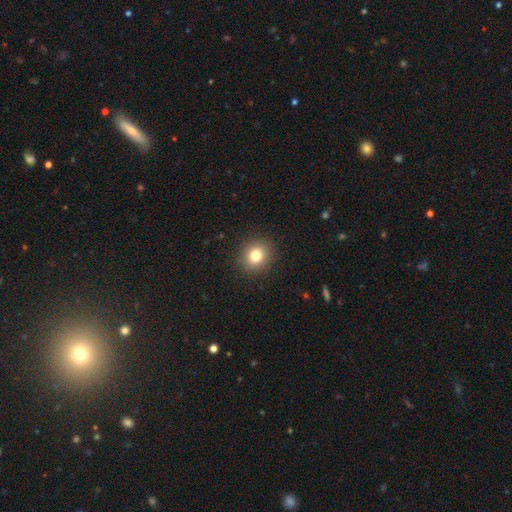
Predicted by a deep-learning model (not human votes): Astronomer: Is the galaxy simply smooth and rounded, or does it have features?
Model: smooth — 80%.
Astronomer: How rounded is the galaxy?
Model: round — 73%.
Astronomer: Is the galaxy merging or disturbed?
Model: none — 90%.